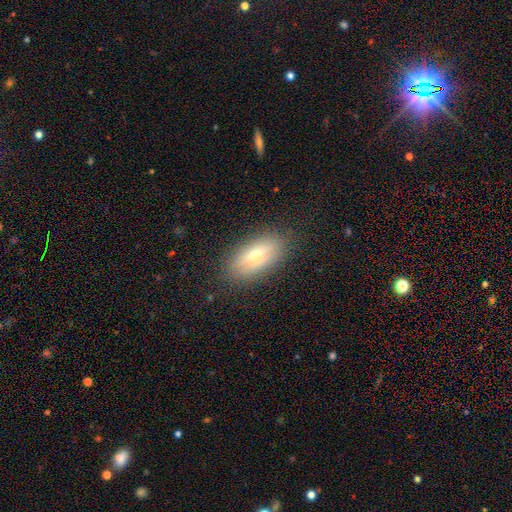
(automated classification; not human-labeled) smooth_or_featured: smooth (p=0.55) [alt: featured or disk p=0.35]
how_rounded: in between (p=0.78) [alt: cigar-shaped p=0.18]
merging: none (p=0.85) [alt: minor disturbance p=0.11]